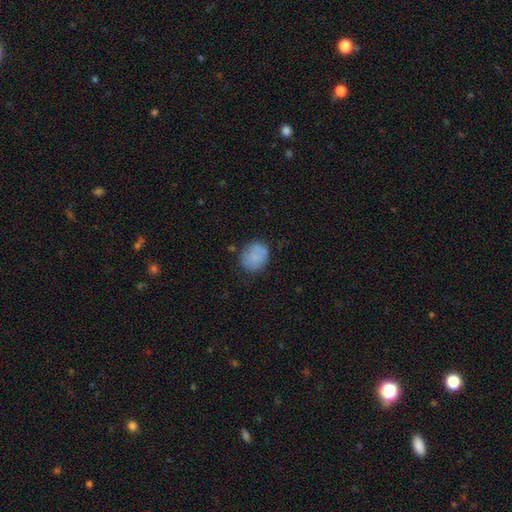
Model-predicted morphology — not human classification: type=smooth (80%); roundness=round (68%); merging=none (71%).